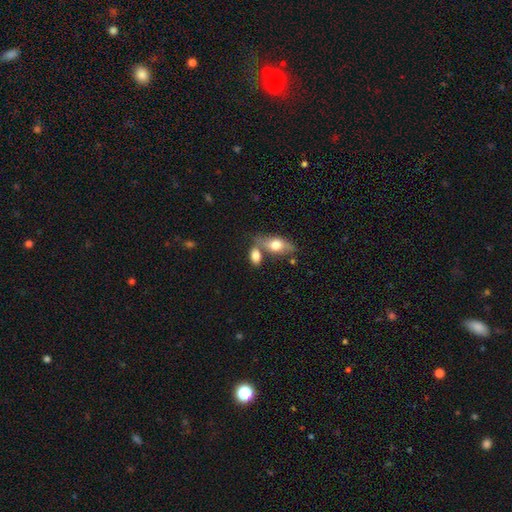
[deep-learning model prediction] Smooth or featured: smooth — 77% (featured or disk — 16%)
How rounded: in between — 84% (round — 10%)
Merging: none — 49% (merger — 35%)